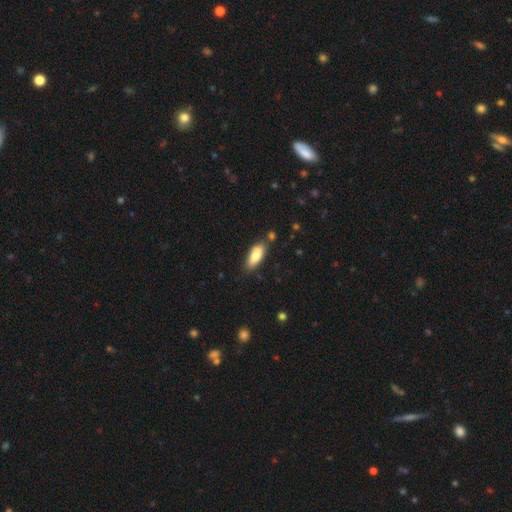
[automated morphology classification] Smooth or featured? Predicted: smooth (p=0.79). How rounded? Predicted: in between (p=0.77). Merging? Predicted: none (p=0.76).